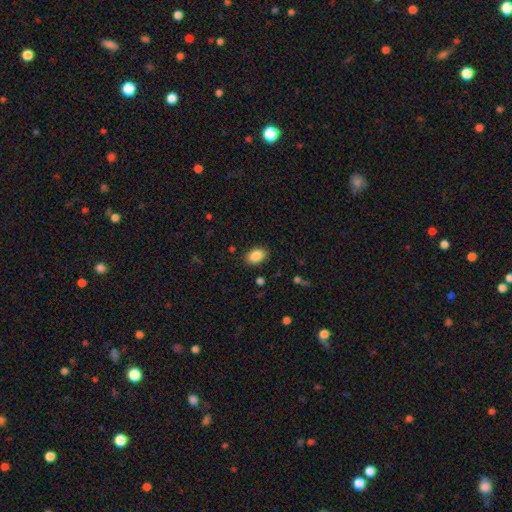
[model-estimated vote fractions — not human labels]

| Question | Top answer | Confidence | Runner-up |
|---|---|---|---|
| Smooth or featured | smooth | 88% | star or artifact (8%) |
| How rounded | in between | 82% | round (17%) |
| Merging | none | 86% | minor disturbance (11%) |